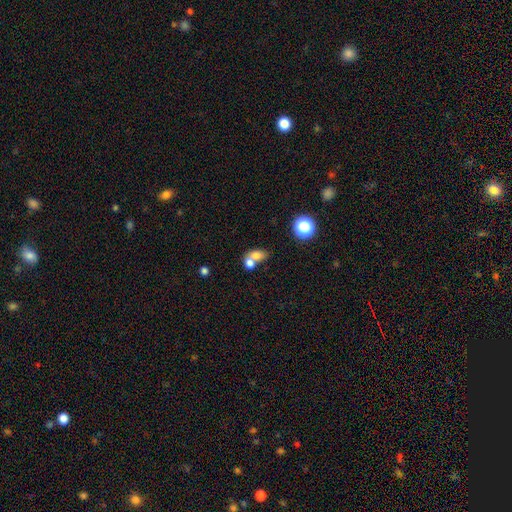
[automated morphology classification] smooth-or-featured: smooth: 73% | featured or disk: 16% | star or artifact: 11%
  how-rounded: in between: 64% | round: 34% | cigar-shaped: 2%
  merging: merger: 65% | none: 24% | minor disturbance: 7% | major disturbance: 4%